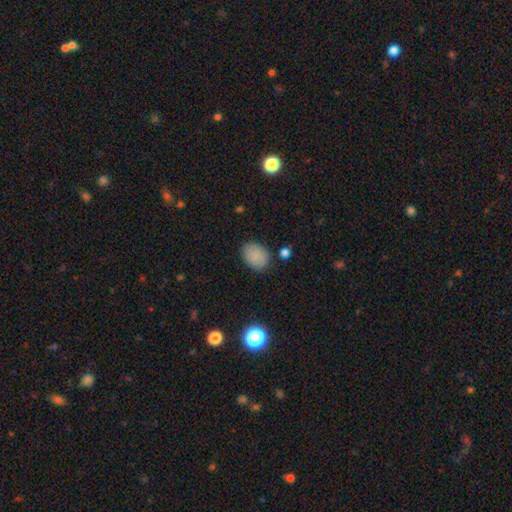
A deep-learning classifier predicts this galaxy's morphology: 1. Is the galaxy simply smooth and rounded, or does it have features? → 86% smooth, 9% star or artifact, 5% featured or disk.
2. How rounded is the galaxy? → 69% in between, 30% round, 1% cigar-shaped.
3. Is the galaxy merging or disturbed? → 82% none, 13% minor disturbance, 3% major disturbance, 2% merger.